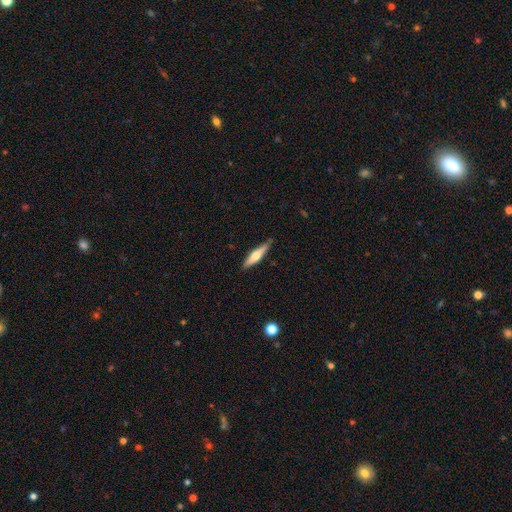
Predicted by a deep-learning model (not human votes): Smooth or featured?
  - smooth: 50% *
  - featured or disk: 45%
  - star or artifact: 6%
Merging?
  - none: 83% *
  - minor disturbance: 13%
  - major disturbance: 2%
  - merger: 1%